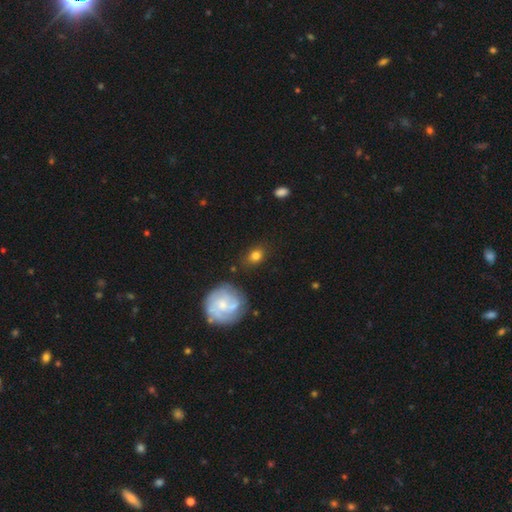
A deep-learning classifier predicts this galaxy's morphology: smooth_or_featured: smooth (p=0.74) [alt: featured or disk p=0.16]
how_rounded: round (p=0.56) [alt: in between p=0.42]
merging: none (p=0.78) [alt: minor disturbance p=0.14]